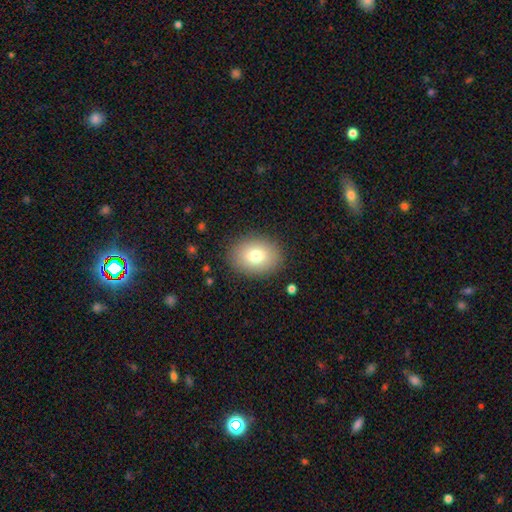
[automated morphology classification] Overall: smooth (76%). How rounded: in between (63%; round 36%). Merging: none (87%).